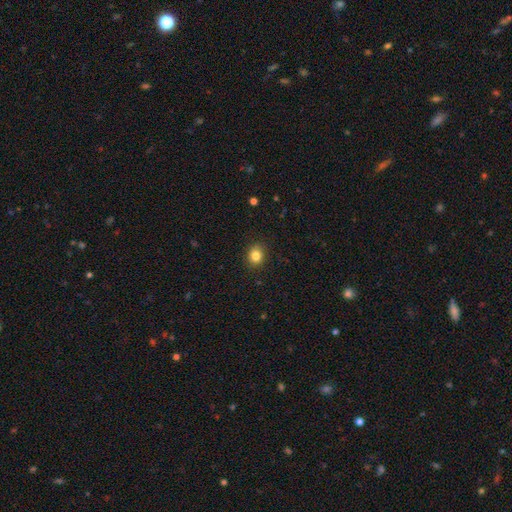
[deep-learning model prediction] A smooth galaxy with no disk features (84%) that is round (67%). Merging: none (87%).